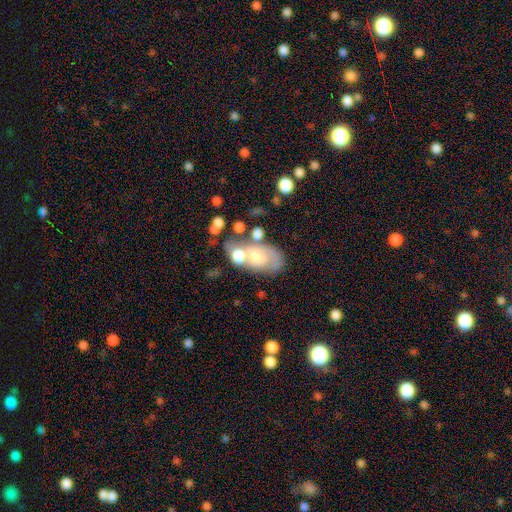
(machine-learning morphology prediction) Smooth or featured? featured or disk (46%)
Merging? none (32%)